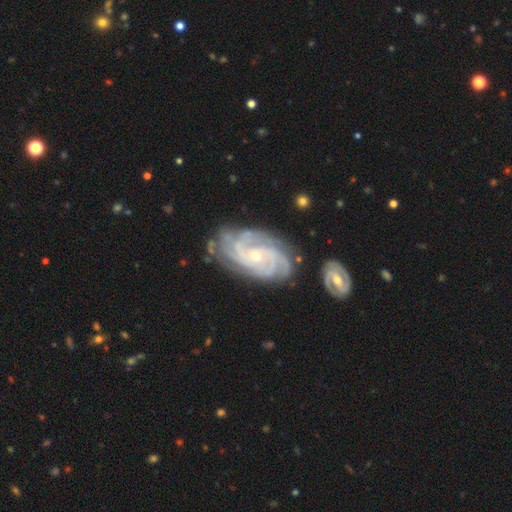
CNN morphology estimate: featured or disk 90%, star or artifact 5%, smooth 5%. Down the decision tree: edge-on disk — no (96%); bar — no (69%); spiral arms — yes (98%); spiral arm count — 4 (31%); spiral winding — tight (70%); bulge size — small (74%); merging — none (69%).